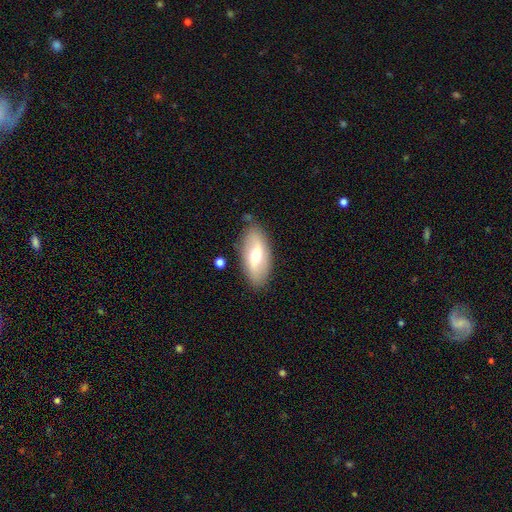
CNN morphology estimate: A smooth galaxy with no disk features (53%) that is in between round and cigar-shaped (88%). Merging: none (83%).